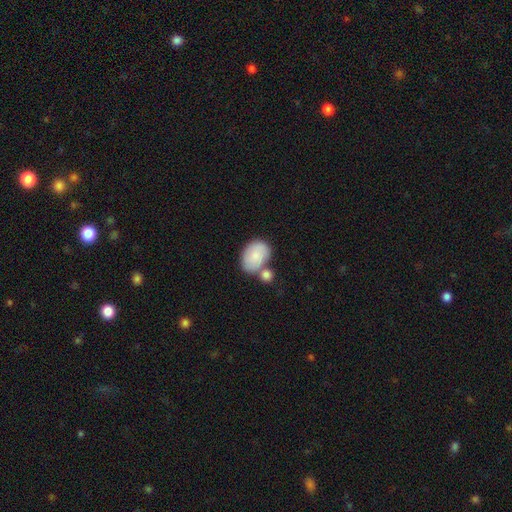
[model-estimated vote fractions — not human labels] This appears to be a smooth galaxy with no disk features (78%) that is in between round and cigar-shaped (78%). Merging: none (42%).